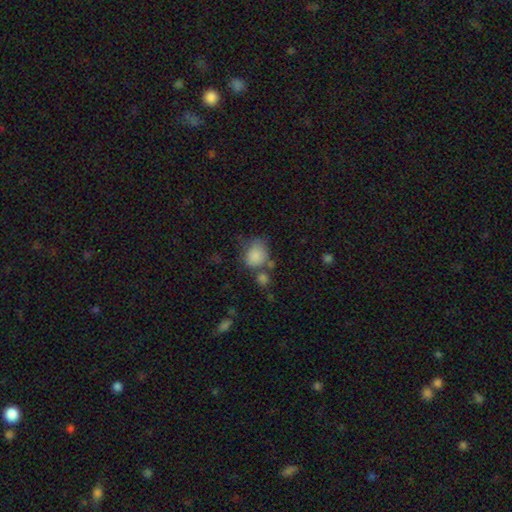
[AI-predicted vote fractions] Smooth or featured? Predicted: smooth (p=0.82). How rounded? Predicted: round (p=0.53). Merging? Predicted: none (p=0.44).